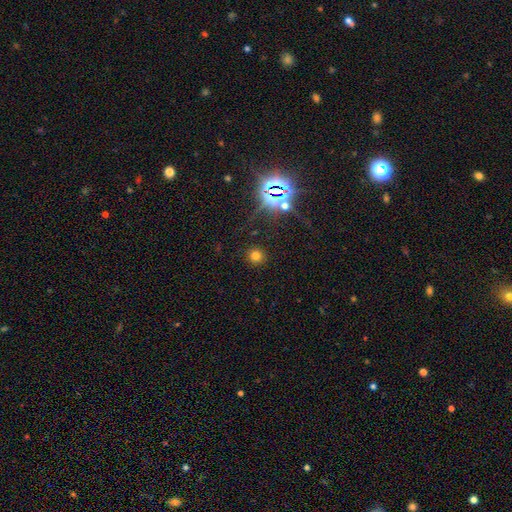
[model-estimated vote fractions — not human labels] Smooth or featured? smooth (71%)
How rounded? round (93%)
Merging? none (89%)